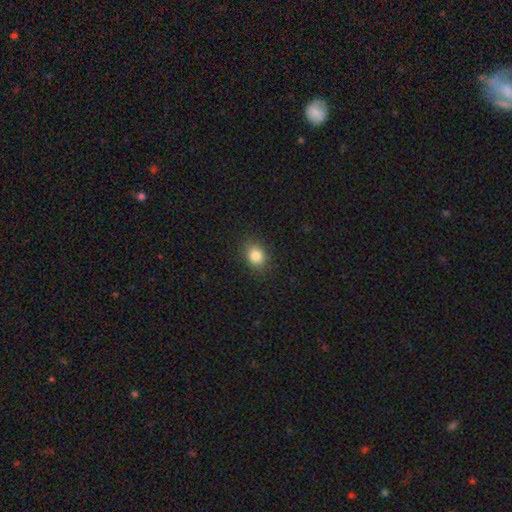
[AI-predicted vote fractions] Smooth or featured? Predicted: smooth (p=0.84). How rounded? Predicted: in between (p=0.52). Merging? Predicted: none (p=0.87).